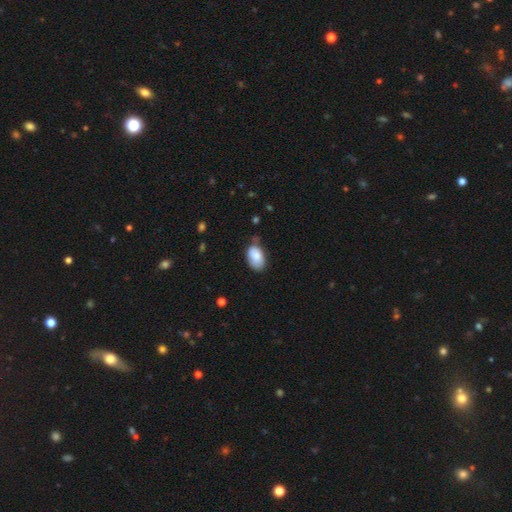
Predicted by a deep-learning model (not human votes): Smooth or featured?
  - smooth: 84% *
  - featured or disk: 9%
  - star or artifact: 7%
How rounded?
  - in between: 92% *
  - round: 6%
  - cigar-shaped: 1%
Merging?
  - none: 58% *
  - minor disturbance: 32%
  - major disturbance: 6%
  - merger: 4%